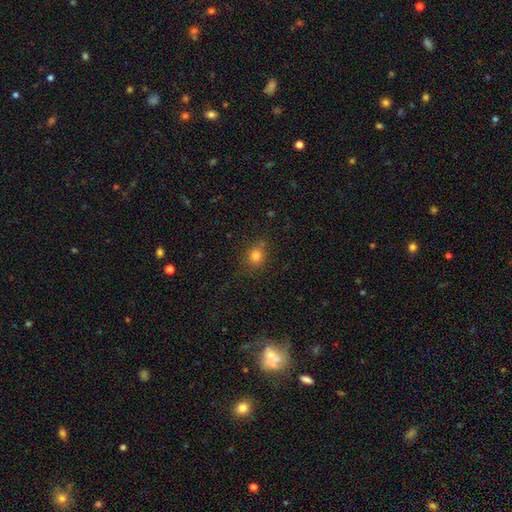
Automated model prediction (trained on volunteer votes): Smooth or featured? Predicted: smooth (p=0.79). How rounded? Predicted: round (p=0.73). Merging? Predicted: none (p=0.77).